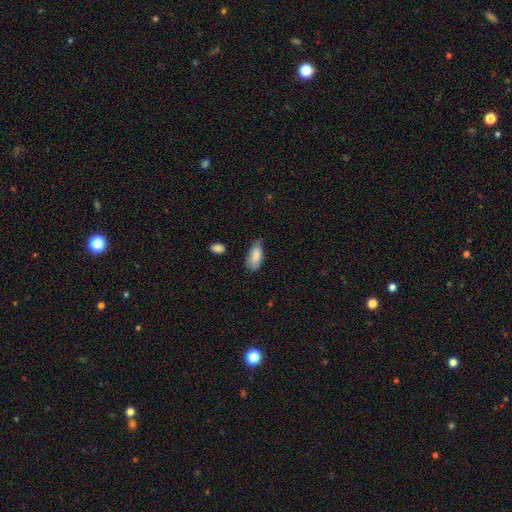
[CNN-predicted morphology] A smooth galaxy with no disk features (81%) that is in between round and cigar-shaped (89%).

Vote fractions:
- Smooth or featured? smooth: 81% / featured or disk: 13% / star or artifact: 7%
- How rounded? in between: 89% / cigar-shaped: 9% / round: 2%
- Merging? none: 49% / minor disturbance: 39% / major disturbance: 9% / merger: 3%